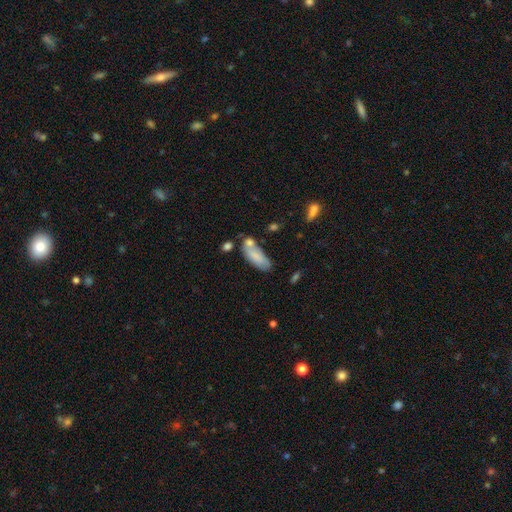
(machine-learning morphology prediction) Smooth or featured? Predicted: smooth (p=0.78). How rounded? Predicted: in between (p=0.76). Merging? Predicted: none (p=0.50).